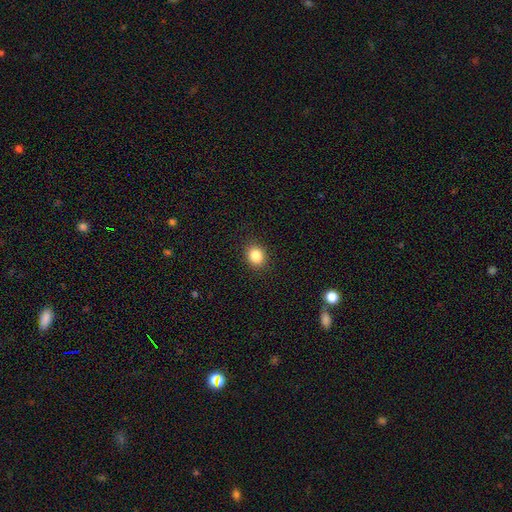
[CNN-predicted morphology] The model was most divided on "how rounded": round: 69%, in between: 30%, cigar-shaped: 1%. More confident: merging — none (90%); smooth or featured — smooth (86%).